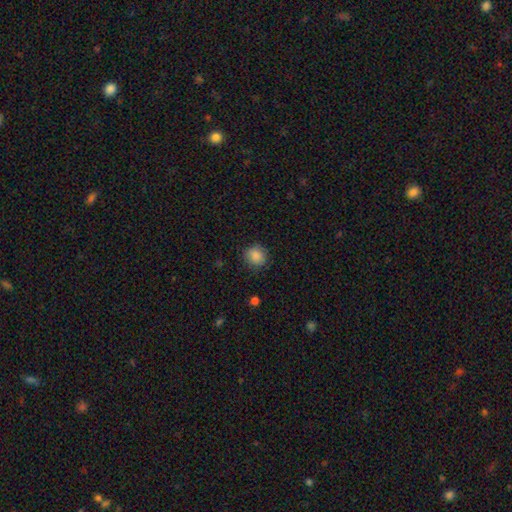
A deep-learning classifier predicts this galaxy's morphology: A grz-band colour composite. It shows a smooth galaxy with no disk features (87%) that is round (85%). Merging: none (85%).